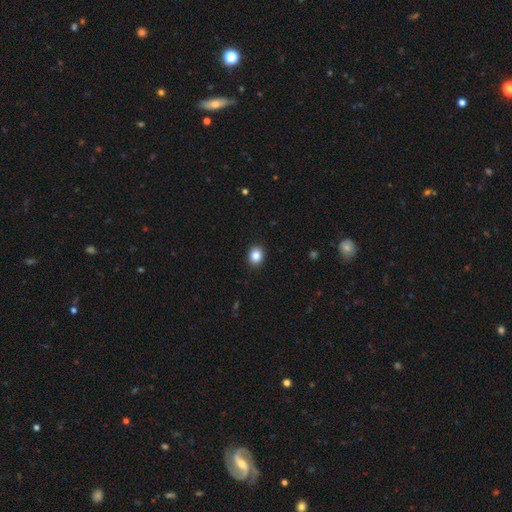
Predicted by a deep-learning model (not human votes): A smooth galaxy with no disk features (85%) that is round (61%).

Vote fractions:
- Smooth or featured? smooth: 85% / star or artifact: 10% / featured or disk: 5%
- How rounded? round: 61% / in between: 38% / cigar-shaped: 1%
- Merging? none: 92% / minor disturbance: 6% / major disturbance: 2% / merger: 1%